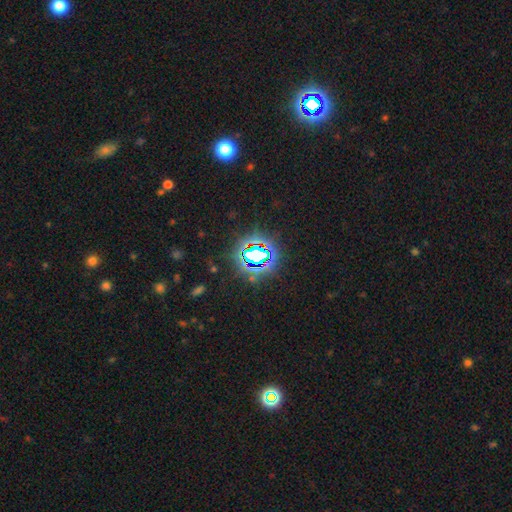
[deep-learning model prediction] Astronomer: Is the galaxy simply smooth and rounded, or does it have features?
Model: star or artifact — 75%.